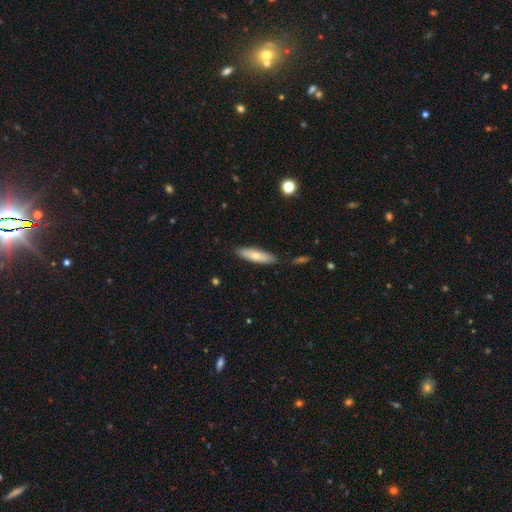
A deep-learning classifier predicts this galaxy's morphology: smooth 65%, featured or disk 29%, star or artifact 6%. Down the decision tree: how rounded — cigar-shaped (64%); merging — none (84%).